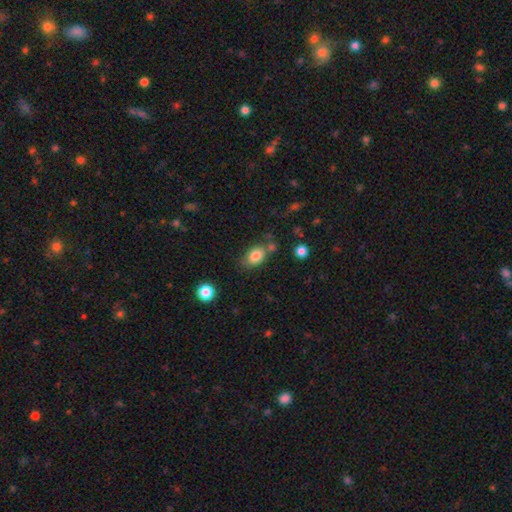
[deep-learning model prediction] A smooth galaxy with no disk features (83%) that is in between round and cigar-shaped (76%).

Vote fractions:
- Smooth or featured? smooth: 83% / star or artifact: 9% / featured or disk: 8%
- How rounded? in between: 76% / round: 22% / cigar-shaped: 1%
- Merging? none: 61% / minor disturbance: 19% / merger: 14% / major disturbance: 6%